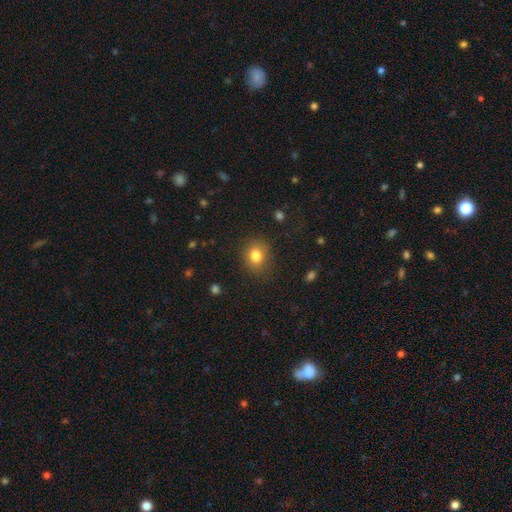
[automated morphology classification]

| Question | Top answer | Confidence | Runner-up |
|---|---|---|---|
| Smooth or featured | smooth | 82% | star or artifact (11%) |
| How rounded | round | 60% | in between (39%) |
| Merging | none | 82% | minor disturbance (12%) |